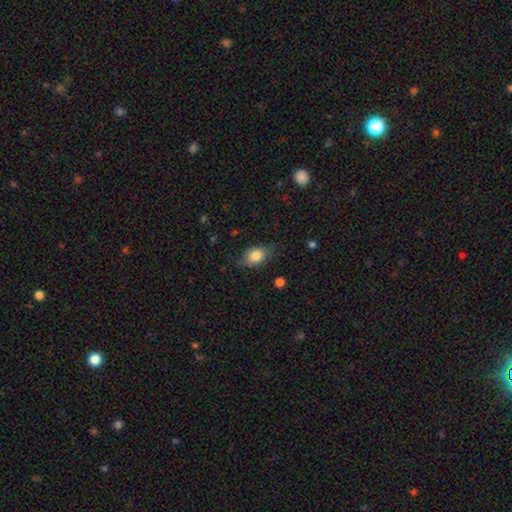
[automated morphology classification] smooth 80%, featured or disk 11%, star or artifact 8%. Down the decision tree: how rounded — in between (76%); merging — none (71%).